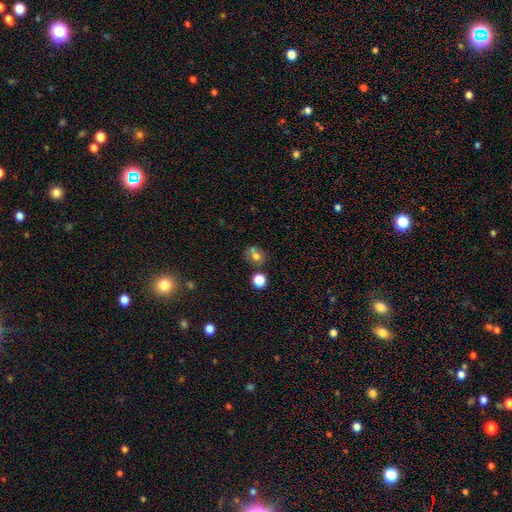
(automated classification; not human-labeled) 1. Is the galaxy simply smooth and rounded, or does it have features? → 68% smooth, 18% featured or disk, 15% star or artifact.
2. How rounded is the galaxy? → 59% round, 40% in between, 1% cigar-shaped.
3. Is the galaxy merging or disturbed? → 52% none, 29% merger, 14% minor disturbance, 6% major disturbance.